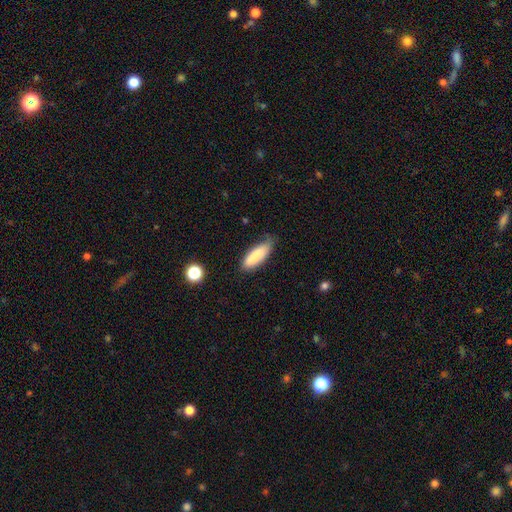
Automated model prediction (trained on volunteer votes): This is clearly a smooth galaxy (84%). How rounded: possibly in between (59%). Merging: likely none (68%).